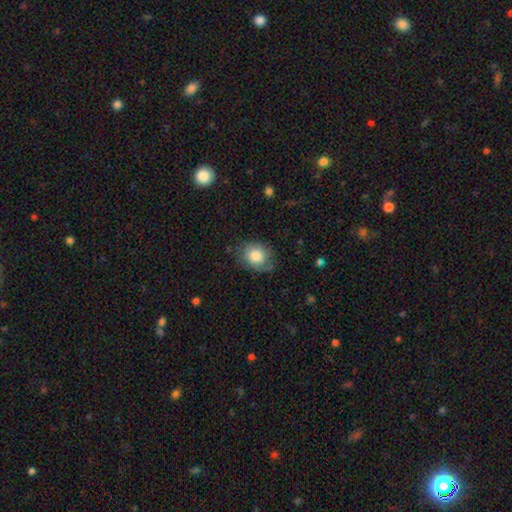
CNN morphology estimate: smooth 81%, featured or disk 11%, star or artifact 8%. Down the decision tree: how rounded — round (60%); merging — none (69%).